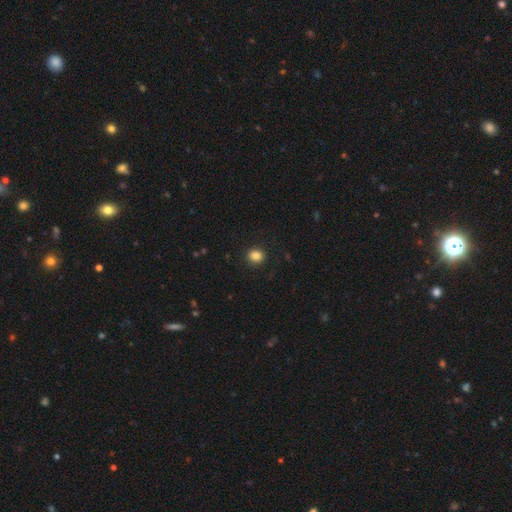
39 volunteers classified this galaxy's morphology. This appears to be a smooth galaxy with no disk features (90%) that is round (83%). Merging: none (86%).